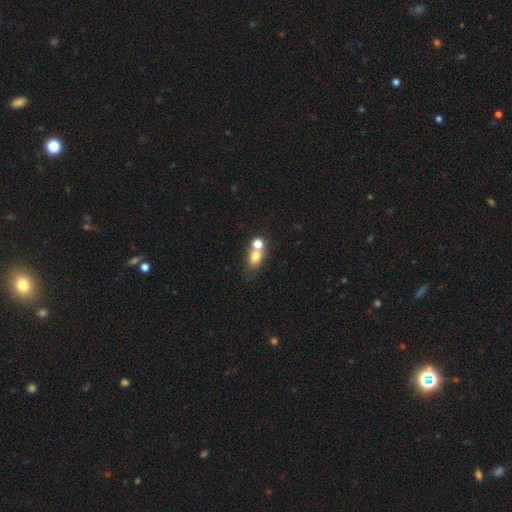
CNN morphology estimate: type=smooth (71%); roundness=in between (52%); merging=merger (52%).